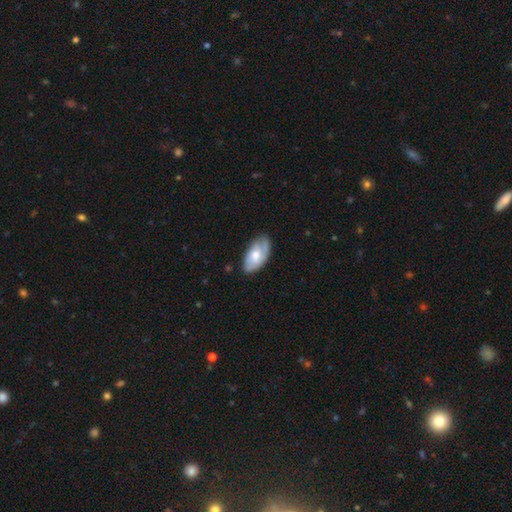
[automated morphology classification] Smooth or featured? smooth (50%)
Merging? none (68%)